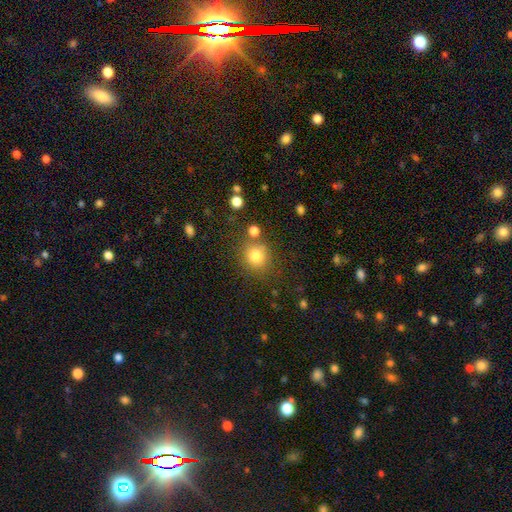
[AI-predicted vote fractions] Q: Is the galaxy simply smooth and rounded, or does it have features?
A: smooth — 81%.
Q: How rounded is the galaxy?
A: round — 86%.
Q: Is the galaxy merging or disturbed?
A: none — 75%.